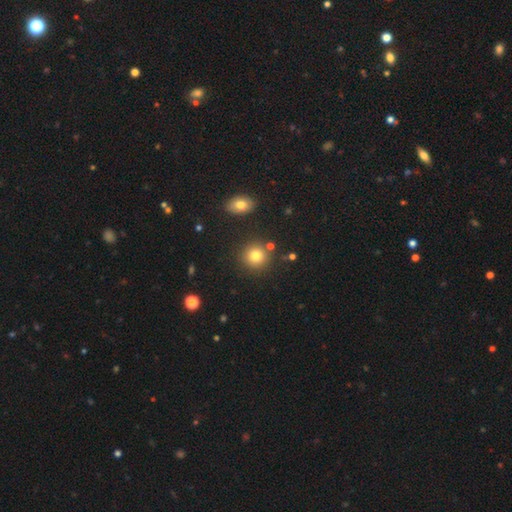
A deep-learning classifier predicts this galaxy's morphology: Q: Smooth or featured?
A: smooth (80%); runner-up: star or artifact (12%)
Q: How rounded?
A: round (91%); runner-up: in between (8%)
Q: Merging?
A: none (84%); runner-up: minor disturbance (7%)